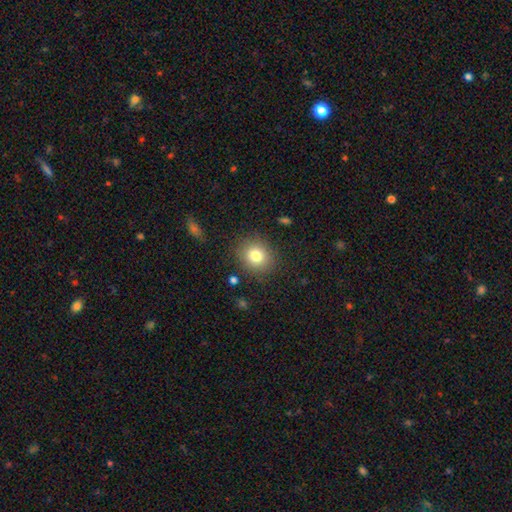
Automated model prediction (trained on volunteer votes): The model was most divided on "how rounded": round: 77%, in between: 22%, cigar-shaped: 1%. More confident: merging — none (86%); smooth or featured — smooth (79%).